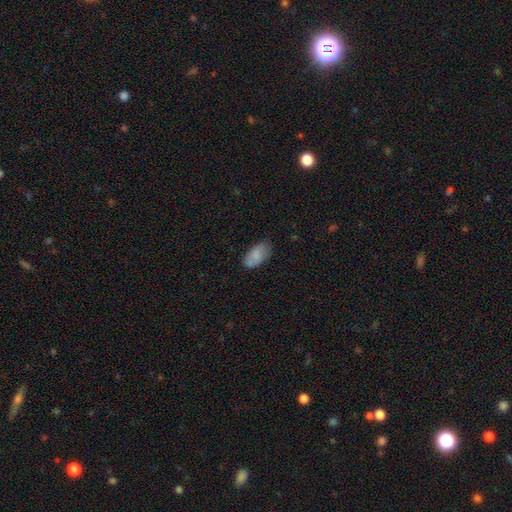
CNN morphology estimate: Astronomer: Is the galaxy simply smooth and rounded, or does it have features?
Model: smooth — 82%.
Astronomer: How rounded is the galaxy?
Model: in between — 94%.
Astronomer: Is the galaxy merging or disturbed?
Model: none — 76%.